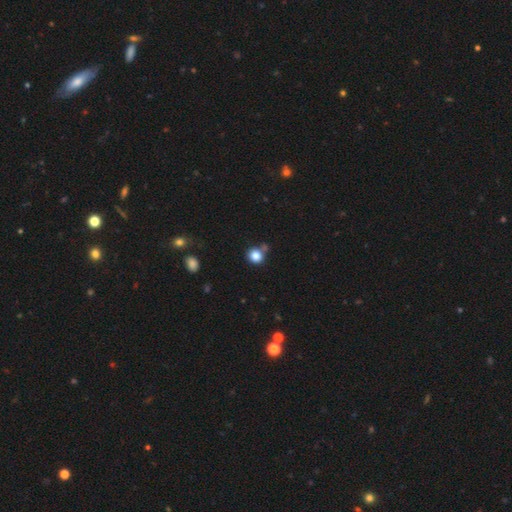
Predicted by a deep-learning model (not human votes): This appears to be a smooth galaxy with no disk features (84%) that is round (88%). Merging: none (68%).